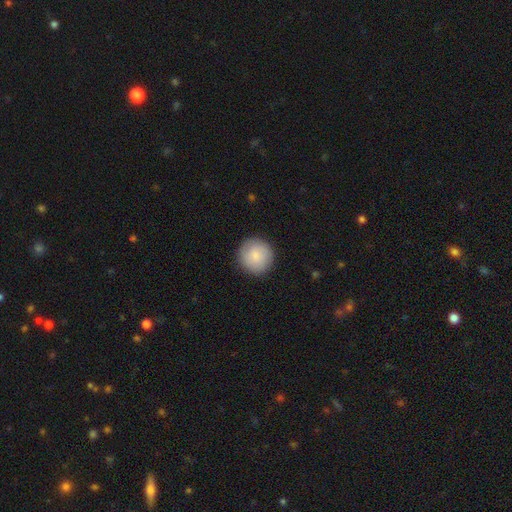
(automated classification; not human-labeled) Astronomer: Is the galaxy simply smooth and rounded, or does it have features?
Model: smooth — 88%.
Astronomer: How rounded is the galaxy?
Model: round — 95%.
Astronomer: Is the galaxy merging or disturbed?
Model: none — 91%.